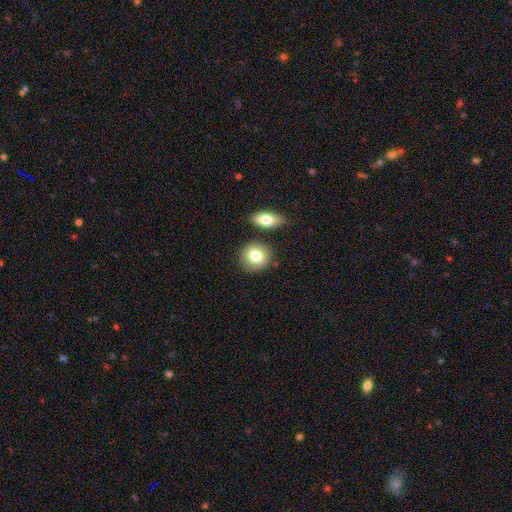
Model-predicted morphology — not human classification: The model was most divided on "how rounded": round: 80%, in between: 19%, cigar-shaped: 1%. More confident: smooth or featured — smooth (79%); merging — none (78%).